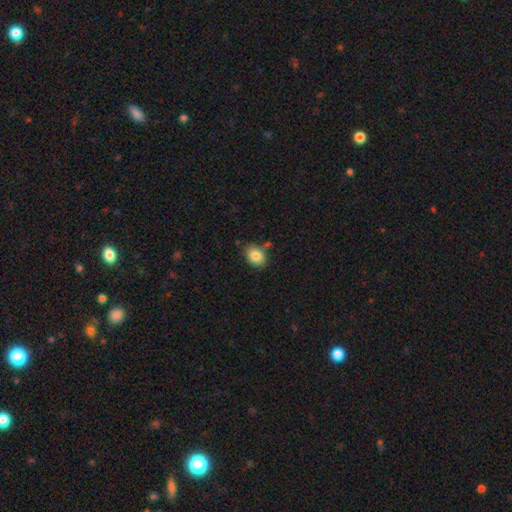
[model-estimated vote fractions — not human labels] This appears to be a smooth galaxy with no disk features (84%) that is in between round and cigar-shaped (72%). Merging: none (75%).